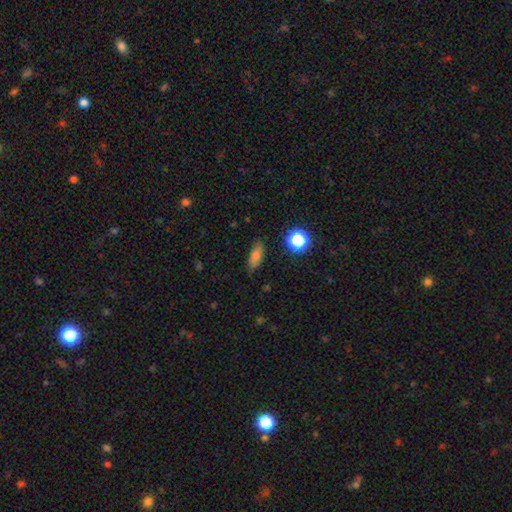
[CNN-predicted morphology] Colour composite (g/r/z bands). It shows a smooth galaxy with no disk features (73%) that is in between round and cigar-shaped (74%). Merging: none (83%).